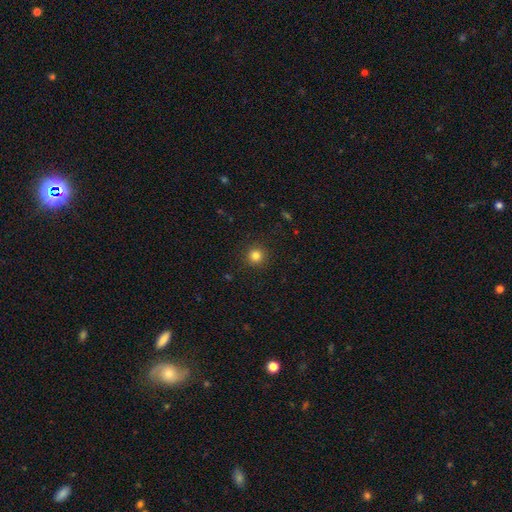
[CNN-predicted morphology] Smooth or featured?
  - smooth: 82% *
  - star or artifact: 13%
  - featured or disk: 5%
How rounded?
  - round: 95% *
  - in between: 4%
  - cigar-shaped: 1%
Merging?
  - none: 92% *
  - minor disturbance: 5%
  - major disturbance: 2%
  - merger: 1%